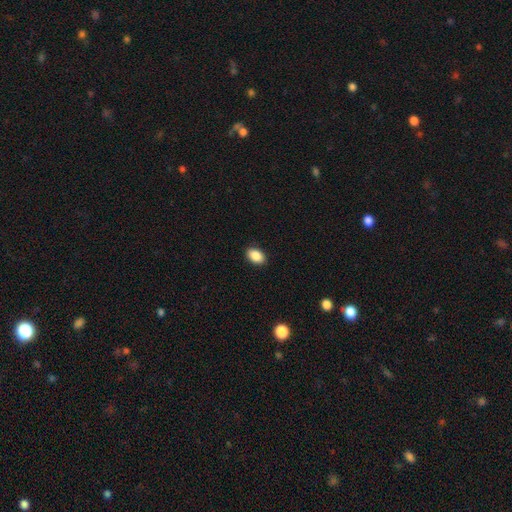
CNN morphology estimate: Q: Smooth or featured?
A: smooth (88%); runner-up: star or artifact (8%)
Q: How rounded?
A: in between (88%); runner-up: round (11%)
Q: Merging?
A: none (90%); runner-up: minor disturbance (7%)